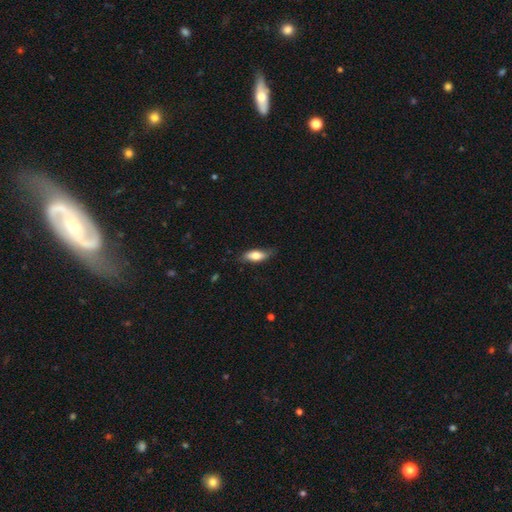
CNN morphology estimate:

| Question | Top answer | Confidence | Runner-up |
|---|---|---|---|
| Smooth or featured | smooth | 72% | featured or disk (22%) |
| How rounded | in between | 71% | cigar-shaped (26%) |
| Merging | none | 72% | minor disturbance (23%) |